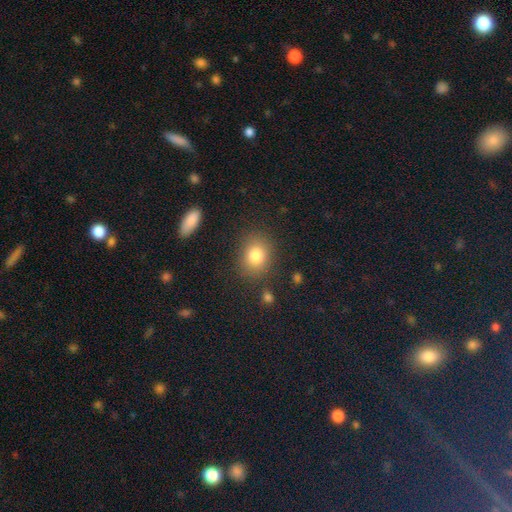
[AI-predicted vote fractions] Overall: smooth (81%). How rounded: round (56%; in between 43%). Merging: none (82%).